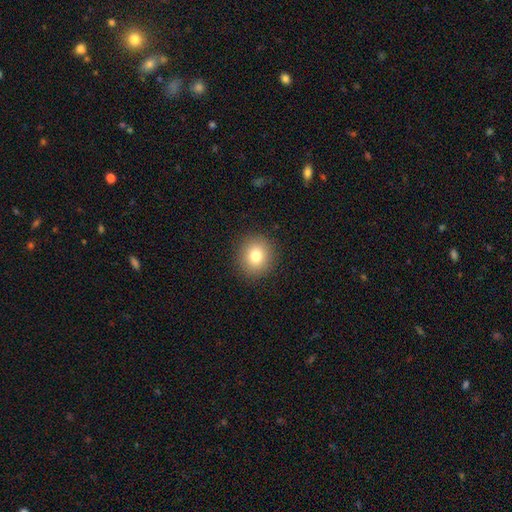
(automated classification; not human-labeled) Smooth or featured? smooth (79%)
How rounded? round (86%)
Merging? none (90%)